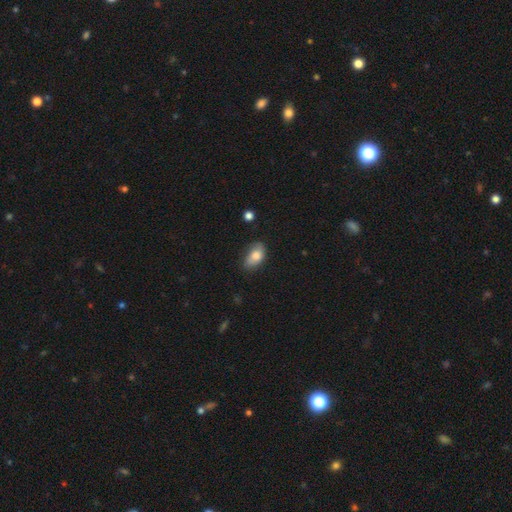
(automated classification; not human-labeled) smooth_or_featured: smooth (p=0.78) [alt: featured or disk p=0.15]
how_rounded: in between (p=0.90) [alt: round p=0.08]
merging: none (p=0.66) [alt: minor disturbance p=0.27]